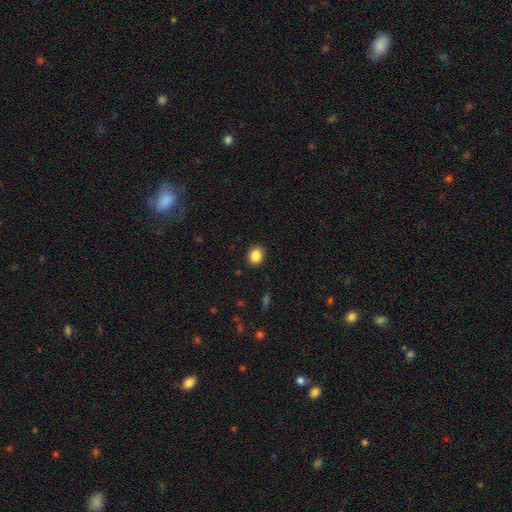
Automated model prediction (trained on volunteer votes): Morphology: type=smooth (87%); roundness=round (50%); merging=none (89%).